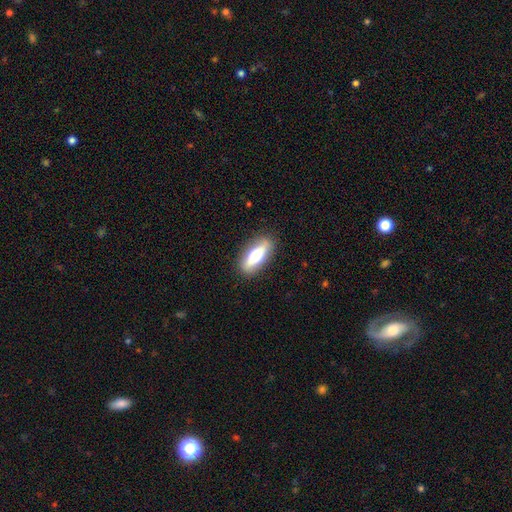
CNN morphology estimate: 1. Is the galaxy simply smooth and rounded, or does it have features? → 52% smooth, 41% featured or disk, 6% star or artifact.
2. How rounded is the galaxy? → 61% in between, 36% cigar-shaped, 3% round.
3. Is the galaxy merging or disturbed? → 87% none, 9% minor disturbance, 2% major disturbance, 1% merger.